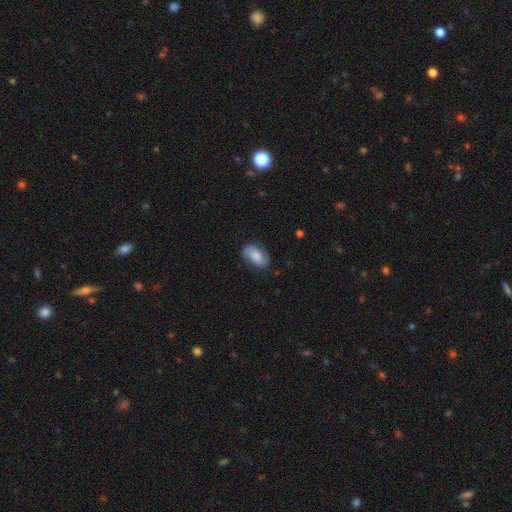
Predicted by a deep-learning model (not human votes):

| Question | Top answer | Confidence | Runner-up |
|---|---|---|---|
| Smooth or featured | smooth | 52% | featured or disk (40%) |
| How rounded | in between | 90% | round (8%) |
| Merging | none | 77% | minor disturbance (17%) |